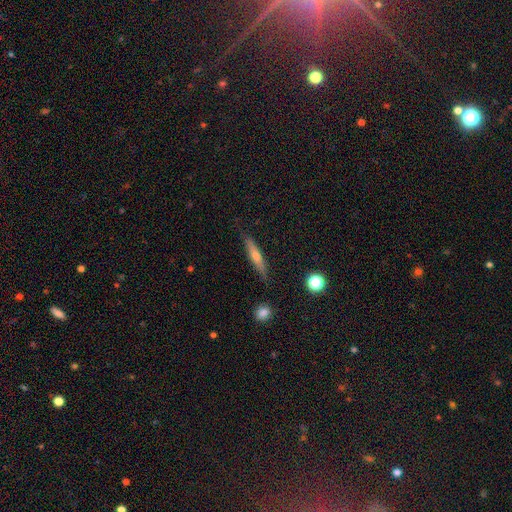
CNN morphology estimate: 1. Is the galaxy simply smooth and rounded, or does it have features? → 47% featured or disk, 46% smooth, 7% star or artifact.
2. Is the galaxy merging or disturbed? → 84% none, 12% minor disturbance, 2% major disturbance, 2% merger.